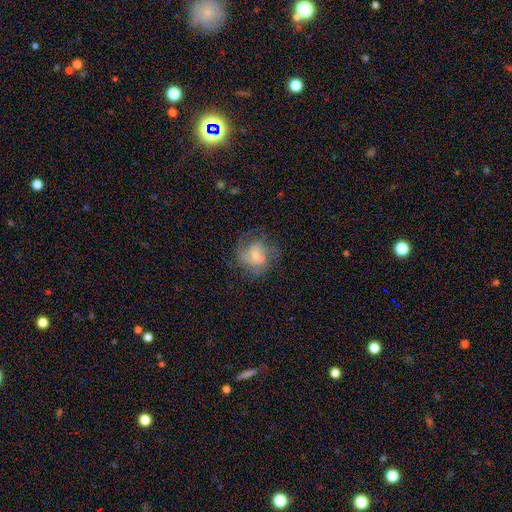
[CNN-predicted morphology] A featured or disk galaxy (53%) with no bar (66%), spiral arms (65%) and a small central bulge (50%).

Vote fractions:
- Smooth or featured? featured or disk: 53% / smooth: 37% / star or artifact: 10%
- Edge-on disk? no: 97% / yes: 3%
- Bar? no: 66% / weak: 28% / strong: 6%
- Spiral arms? yes: 65% / no: 35%
- Bulge size? small: 50% / moderate: 41% / none: 5% / large: 4% / dominant: 1%
- Merging? none: 47% / minor disturbance: 21% / major disturbance: 20% / merger: 13%